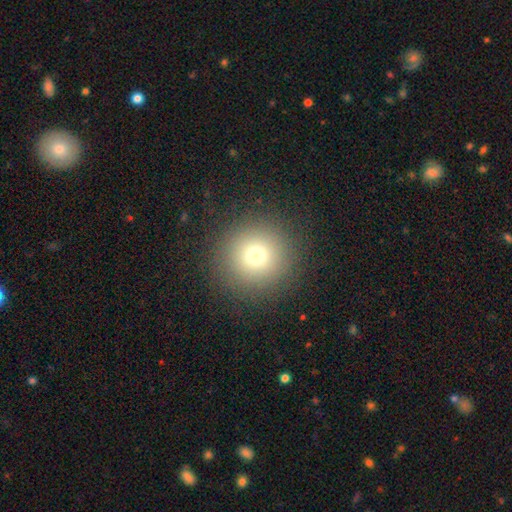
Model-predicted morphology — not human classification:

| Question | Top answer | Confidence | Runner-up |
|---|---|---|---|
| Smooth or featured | smooth | 75% | star or artifact (16%) |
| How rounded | round | 95% | in between (4%) |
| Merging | none | 90% | minor disturbance (6%) |